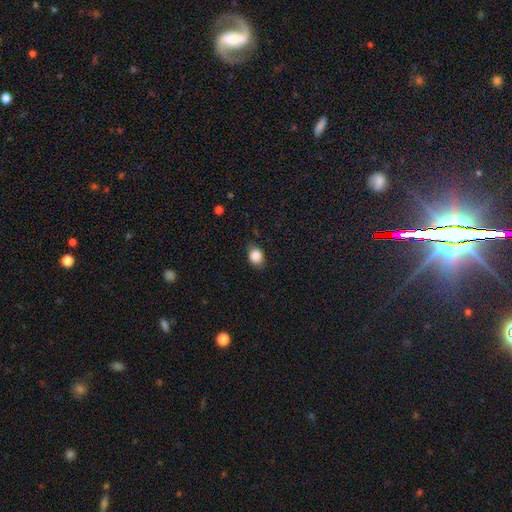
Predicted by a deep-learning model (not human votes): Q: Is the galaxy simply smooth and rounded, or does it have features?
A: smooth — 85%.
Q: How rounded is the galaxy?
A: in between — 52%.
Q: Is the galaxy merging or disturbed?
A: none — 78%.